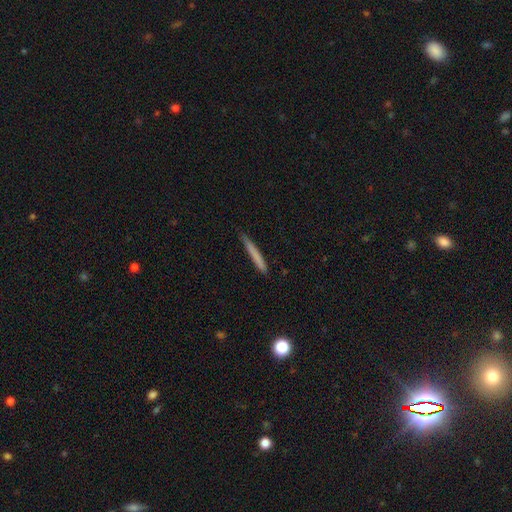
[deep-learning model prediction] This appears to be a smooth galaxy with no disk features (72%) that is cigar-shaped (97%). Merging: none (86%).